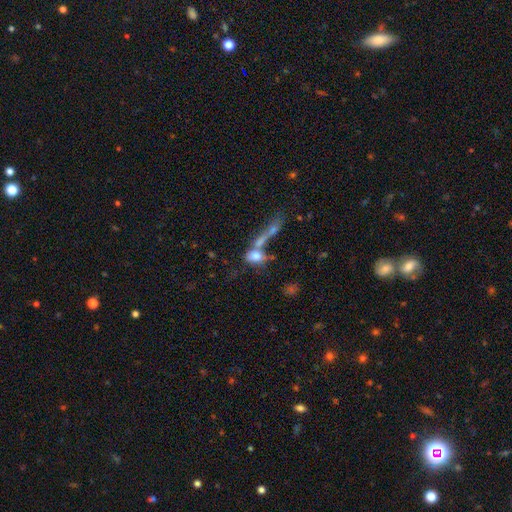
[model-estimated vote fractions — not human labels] This is likely a smooth galaxy (67%). How rounded: likely in between (69%). Merging: possibly merger (56%).